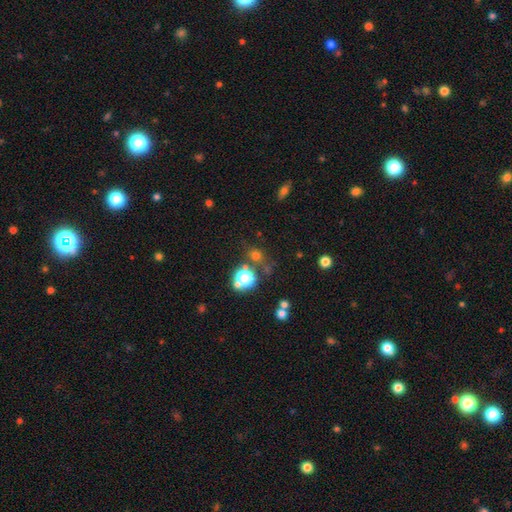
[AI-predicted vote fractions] A smooth galaxy with no disk features (60%) that is round (84%).

Vote fractions:
- Smooth or featured? smooth: 60% / star or artifact: 32% / featured or disk: 8%
- How rounded? round: 84% / in between: 15% / cigar-shaped: 1%
- Merging? none: 71% / merger: 13% / minor disturbance: 11% / major disturbance: 6%